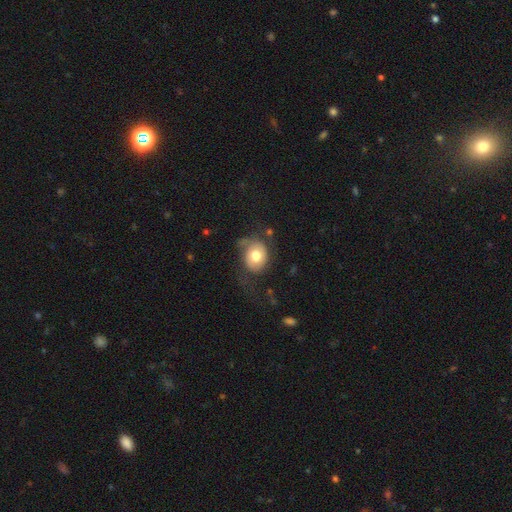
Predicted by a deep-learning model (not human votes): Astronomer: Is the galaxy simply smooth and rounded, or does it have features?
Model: smooth — 61%.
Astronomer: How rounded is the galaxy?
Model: round — 51% (runner-up: in between, 49%).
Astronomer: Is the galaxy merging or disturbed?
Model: none — 43% (runner-up: minor disturbance, 29%).